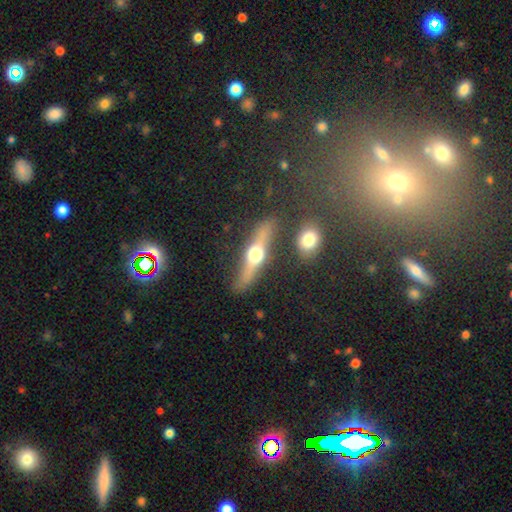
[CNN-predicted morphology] This appears to be a featured or disk galaxy (74%) viewed edge-on (92%) with a rounded central bulge (96%). Merging: none (81%).